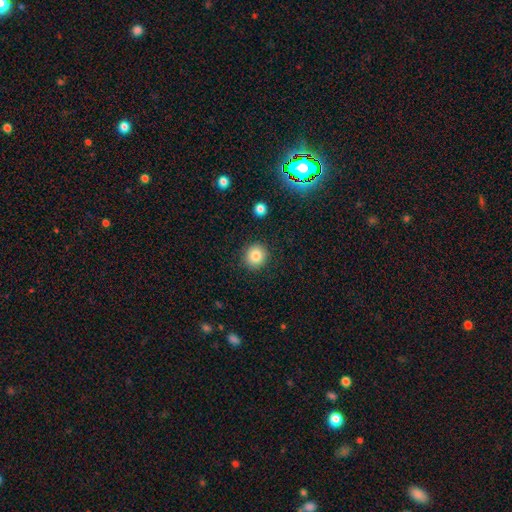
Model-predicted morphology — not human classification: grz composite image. It shows a smooth galaxy with no disk features (84%) that is round (90%). Merging: none (91%).